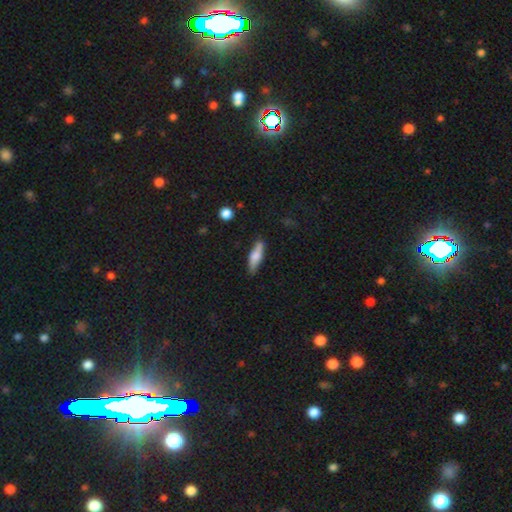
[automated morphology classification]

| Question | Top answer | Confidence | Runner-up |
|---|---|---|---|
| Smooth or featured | smooth | 68% | featured or disk (26%) |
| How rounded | cigar-shaped | 59% | in between (39%) |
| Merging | none | 77% | minor disturbance (17%) |